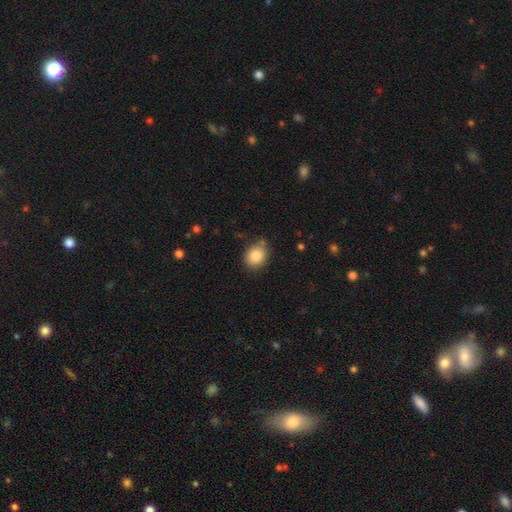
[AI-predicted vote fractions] Smooth or featured? Predicted: smooth (p=0.84). How rounded? Predicted: round (p=0.64). Merging? Predicted: none (p=0.80).